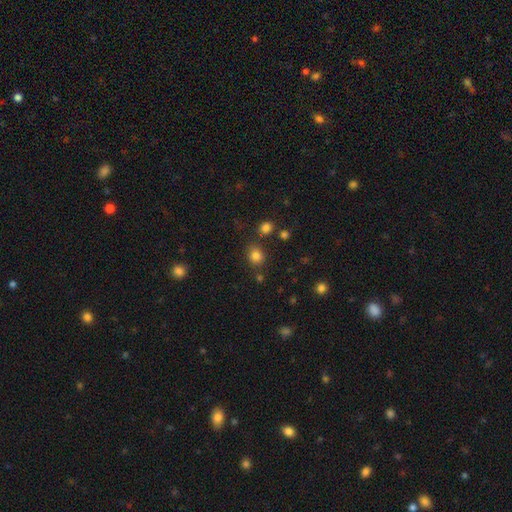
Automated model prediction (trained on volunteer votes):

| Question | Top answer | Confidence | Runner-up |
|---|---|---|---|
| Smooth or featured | smooth | 81% | star or artifact (14%) |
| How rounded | round | 74% | in between (25%) |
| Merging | none | 78% | minor disturbance (11%) |